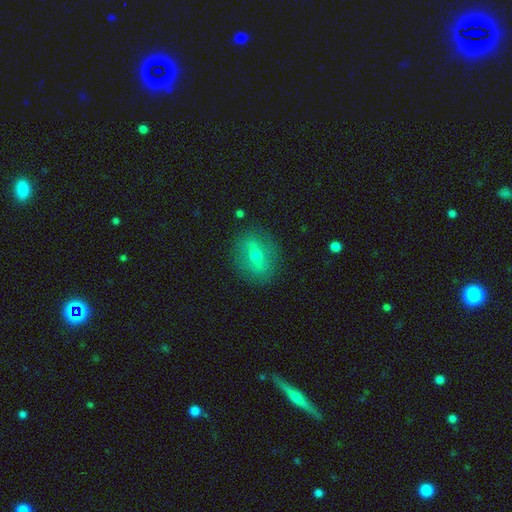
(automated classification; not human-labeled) smooth-or-featured: featured or disk: 46% | smooth: 43% | star or artifact: 11%
  merging: none: 84% | minor disturbance: 11% | major disturbance: 4% | merger: 1%